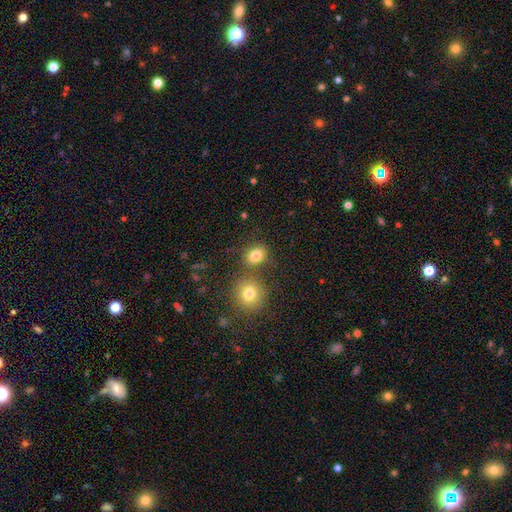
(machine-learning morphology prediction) smooth_or_featured: smooth (p=0.81) [alt: star or artifact p=0.13]
how_rounded: round (p=0.57) [alt: in between p=0.42]
merging: none (p=0.71) [alt: merger p=0.16]